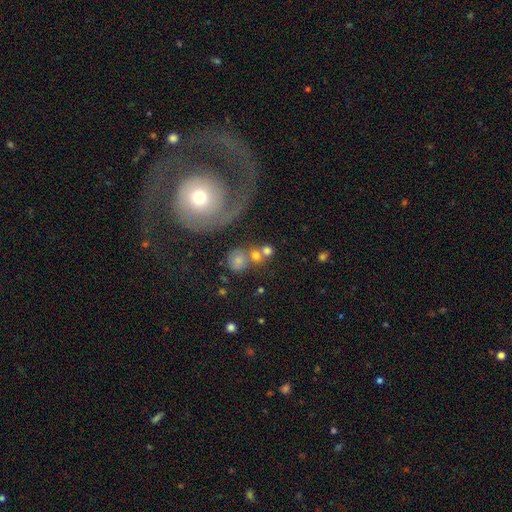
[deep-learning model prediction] Morphology: type=smooth (54%); roundness=round (81%); merging=none (49%).